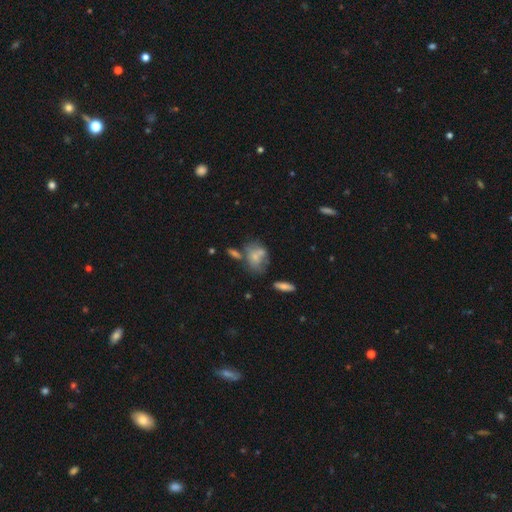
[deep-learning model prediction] smooth_or_featured: smooth (p=0.58) [alt: featured or disk p=0.32]
how_rounded: in between (p=0.68) [alt: round p=0.30]
merging: none (p=0.34) [alt: merger p=0.27]